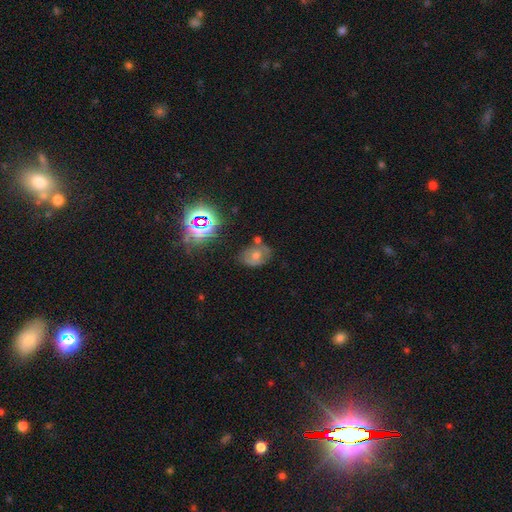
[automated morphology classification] Smooth or featured? smooth (37%, tied with featured or disk)
Merging? none (64%)